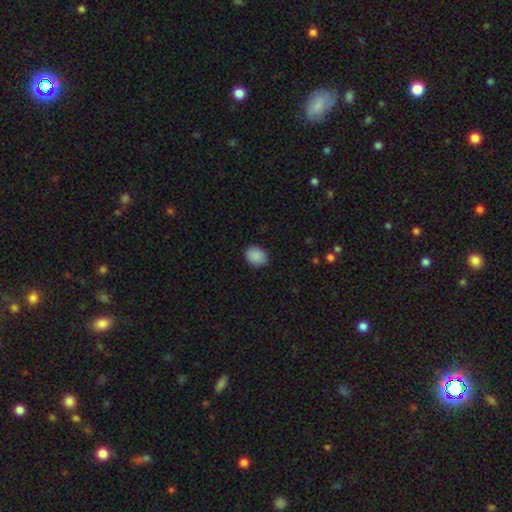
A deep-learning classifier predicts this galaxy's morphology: Q: Smooth or featured?
A: smooth (90%); runner-up: star or artifact (7%)
Q: How rounded?
A: in between (59%); runner-up: round (41%)
Q: Merging?
A: none (87%); runner-up: minor disturbance (10%)